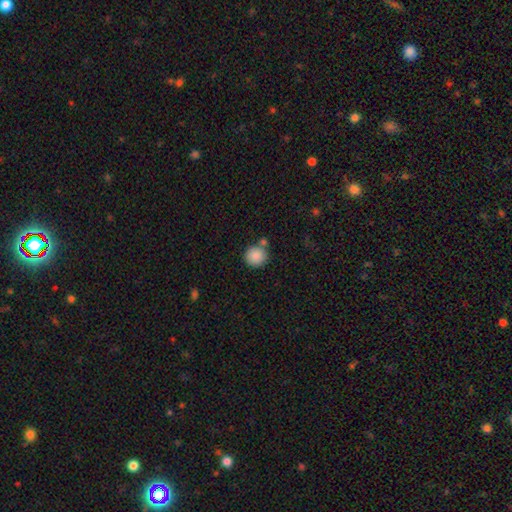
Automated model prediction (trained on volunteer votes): This is clearly a smooth galaxy (87%). How rounded: clearly round (91%). Merging: likely none (74%).